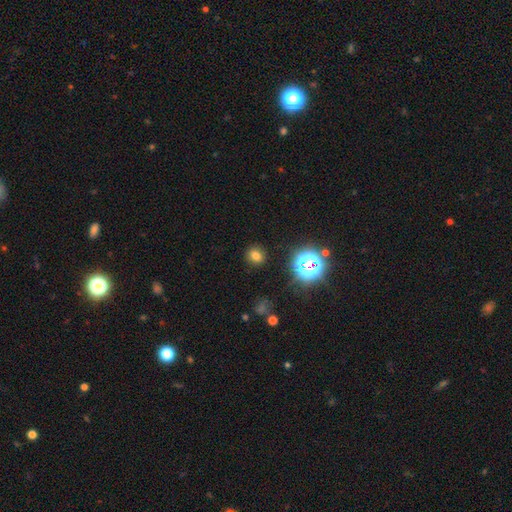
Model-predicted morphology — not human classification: A smooth galaxy with no disk features (71%) that is round (73%).

Vote fractions:
- Smooth or featured? smooth: 71% / star or artifact: 22% / featured or disk: 7%
- How rounded? round: 73% / in between: 26% / cigar-shaped: 1%
- Merging? none: 87% / minor disturbance: 8% / major disturbance: 3% / merger: 2%